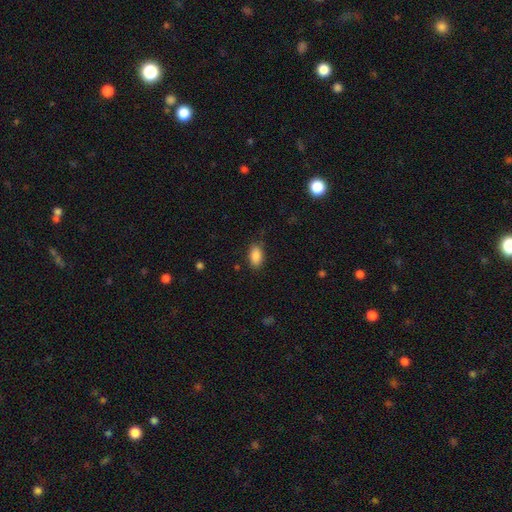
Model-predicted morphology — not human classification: A smooth galaxy with no disk features (88%) that is in between round and cigar-shaped (92%).

Vote fractions:
- Smooth or featured? smooth: 88% / star or artifact: 8% / featured or disk: 5%
- How rounded? in between: 92% / round: 5% / cigar-shaped: 3%
- Merging? none: 81% / minor disturbance: 14% / major disturbance: 4% / merger: 1%